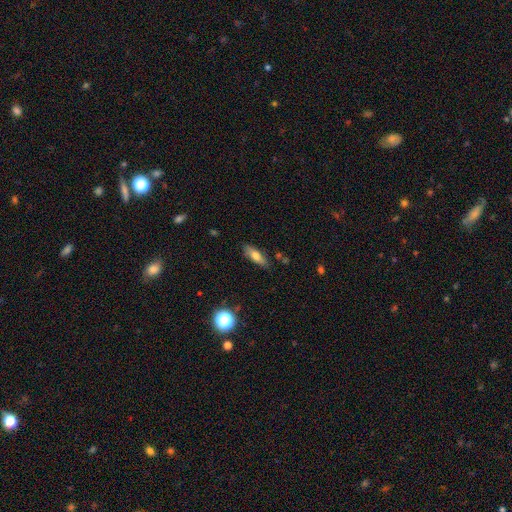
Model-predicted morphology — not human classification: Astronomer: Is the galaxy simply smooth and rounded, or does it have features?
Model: smooth — 66%.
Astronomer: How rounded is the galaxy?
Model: in between — 53% (runner-up: cigar-shaped, 44%).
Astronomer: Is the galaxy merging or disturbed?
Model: none — 82%.